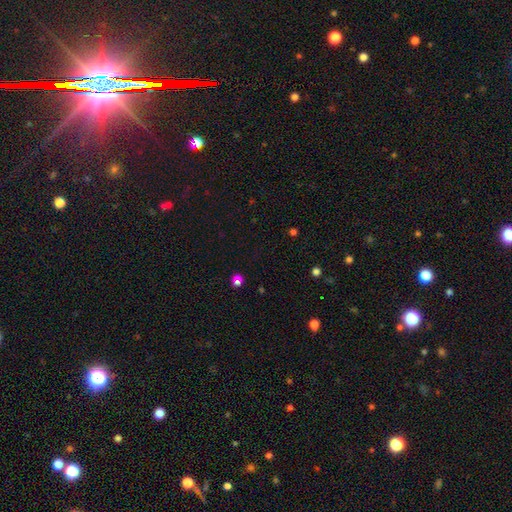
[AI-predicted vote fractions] Q: Smooth or featured?
A: star or artifact (48%); runner-up: smooth (45%)